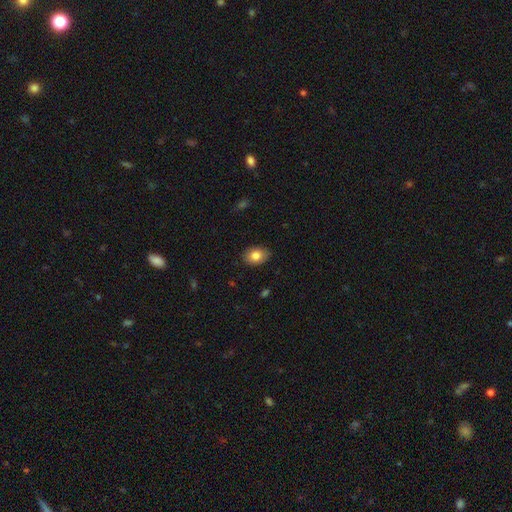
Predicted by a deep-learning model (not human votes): Smooth or featured?
  - smooth: 83% *
  - featured or disk: 9%
  - star or artifact: 8%
How rounded?
  - in between: 76% *
  - round: 23%
  - cigar-shaped: 1%
Merging?
  - none: 87% *
  - minor disturbance: 10%
  - major disturbance: 2%
  - merger: 1%